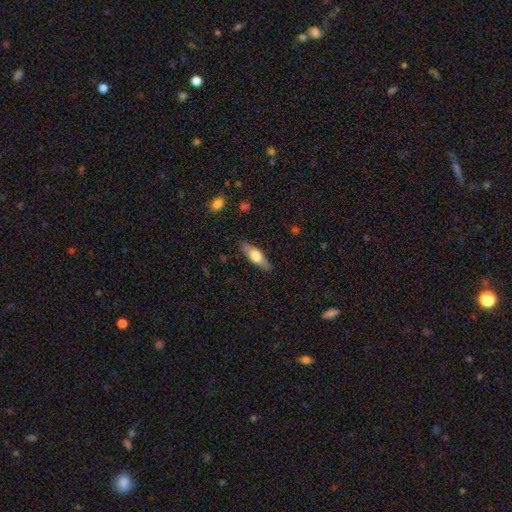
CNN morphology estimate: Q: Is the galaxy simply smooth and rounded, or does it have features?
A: smooth — 55%.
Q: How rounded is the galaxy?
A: in between — 51%.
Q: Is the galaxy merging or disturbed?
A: none — 86%.